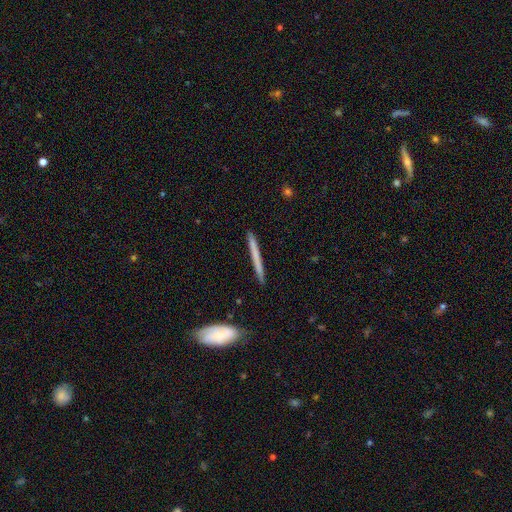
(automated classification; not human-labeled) Morphology: type=smooth (54%); roundness=cigar-shaped (96%); merging=none (88%).